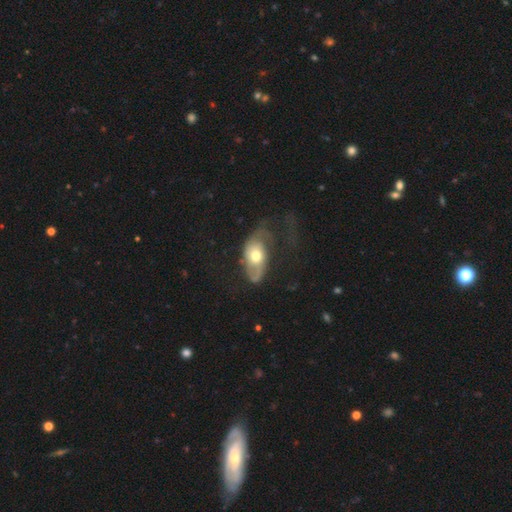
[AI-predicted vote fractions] featured or disk 50%, smooth 44%, star or artifact 6%. Down the decision tree: merging — major disturbance (42%).